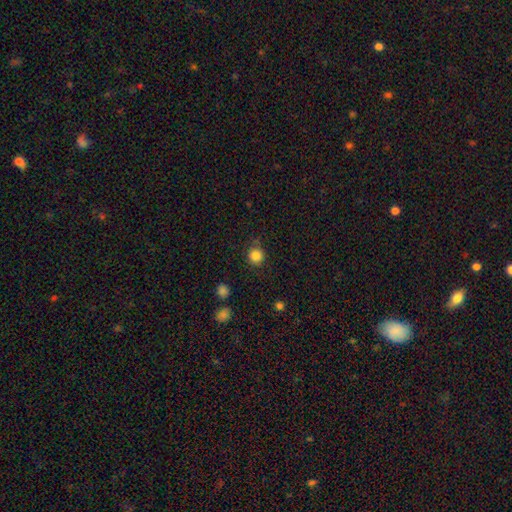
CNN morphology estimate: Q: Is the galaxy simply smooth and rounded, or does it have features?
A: smooth — 84%.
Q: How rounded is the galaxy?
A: round — 93%.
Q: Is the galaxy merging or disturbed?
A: none — 82%.